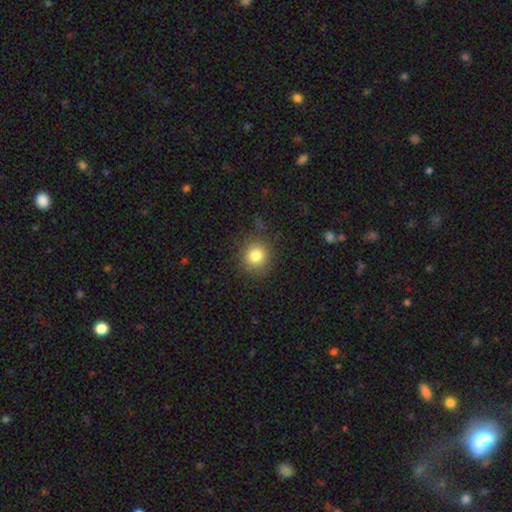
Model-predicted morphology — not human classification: Smooth or featured? Predicted: smooth (p=0.81). How rounded? Predicted: round (p=0.87). Merging? Predicted: none (p=0.85).